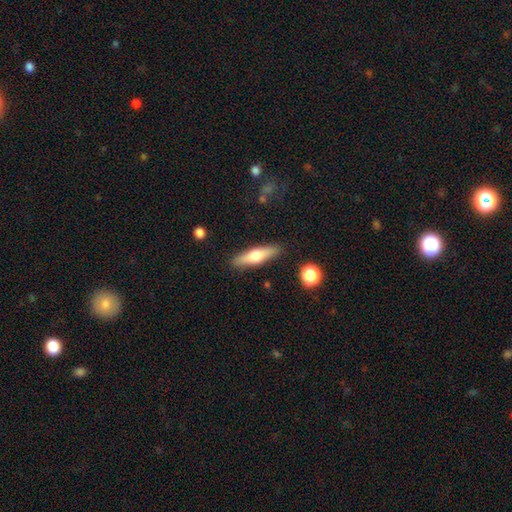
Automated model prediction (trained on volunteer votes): Overall: smooth (54%; featured or disk 40%). How rounded: cigar-shaped (71%). Merging: none (88%).